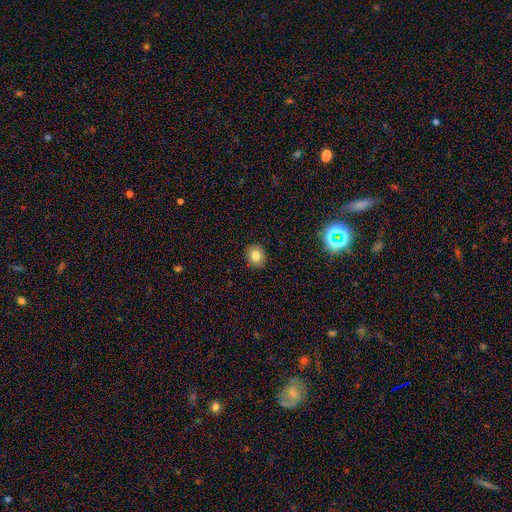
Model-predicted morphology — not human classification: A smooth galaxy with no disk features (79%) that is round (63%).

Vote fractions:
- Smooth or featured? smooth: 79% / star or artifact: 11% / featured or disk: 10%
- How rounded? round: 63% / in between: 36% / cigar-shaped: 1%
- Merging? none: 89% / minor disturbance: 8% / major disturbance: 2% / merger: 1%